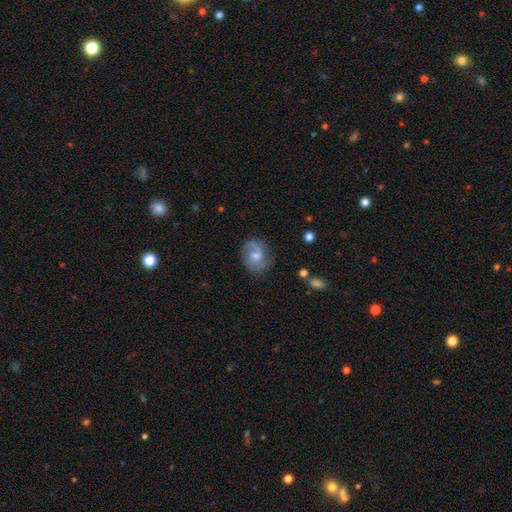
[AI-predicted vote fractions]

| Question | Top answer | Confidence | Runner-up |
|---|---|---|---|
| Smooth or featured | featured or disk | 63% | smooth (28%) |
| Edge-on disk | no | 97% | yes (3%) |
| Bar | no | 60% | weak (35%) |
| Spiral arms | yes | 88% | no (12%) |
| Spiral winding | medium | 45% | tight (32%) |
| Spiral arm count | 2 | 70% | can't tell (14%) |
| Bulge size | moderate | 63% | small (23%) |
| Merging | none | 70% | minor disturbance (20%) |